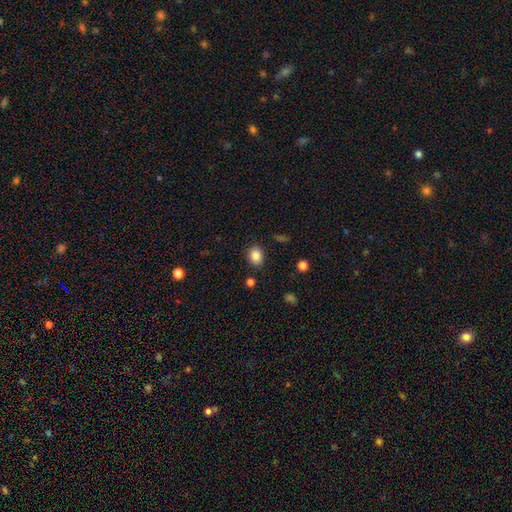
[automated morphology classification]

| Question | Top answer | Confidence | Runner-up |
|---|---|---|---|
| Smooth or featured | smooth | 86% | star or artifact (10%) |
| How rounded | in between | 54% | round (45%) |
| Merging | none | 85% | minor disturbance (10%) |